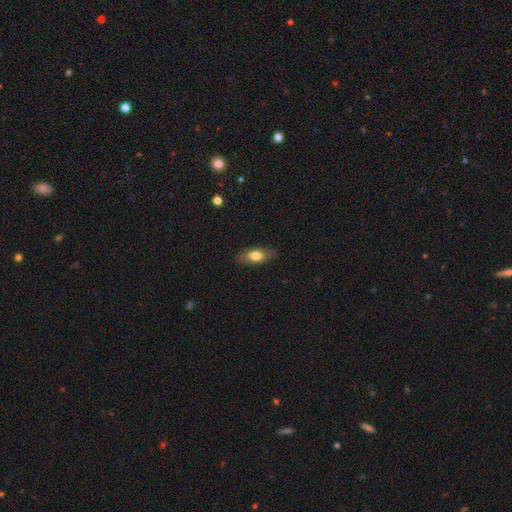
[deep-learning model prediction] smooth 72%, featured or disk 21%, star or artifact 7%. Down the decision tree: how rounded — in between (78%); merging — none (83%).